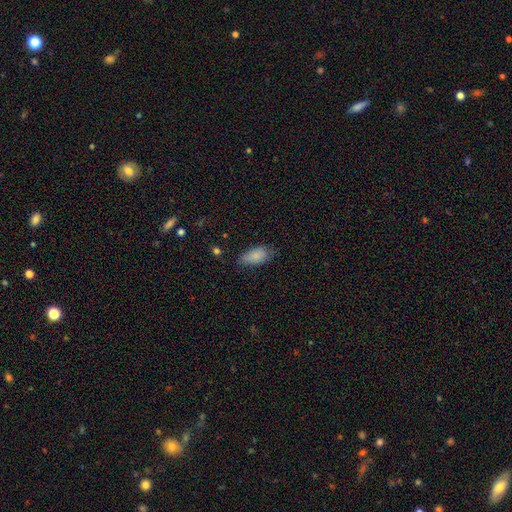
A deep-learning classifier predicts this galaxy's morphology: Smooth or featured? smooth (84%)
How rounded? in between (90%)
Merging? none (64%)